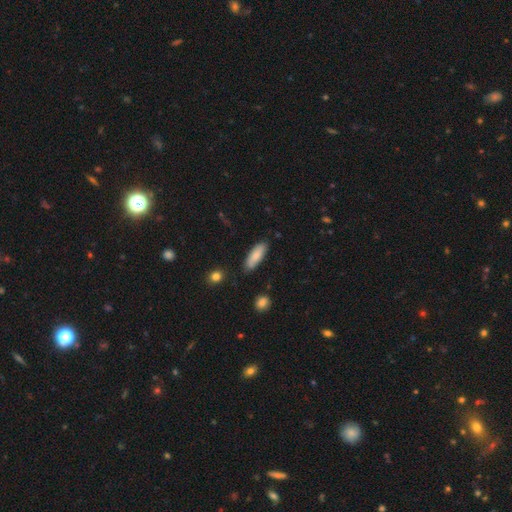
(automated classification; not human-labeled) smooth_or_featured: smooth (p=0.82) [alt: featured or disk p=0.12]
how_rounded: in between (p=0.60) [alt: cigar-shaped p=0.38]
merging: none (p=0.81) [alt: minor disturbance p=0.14]